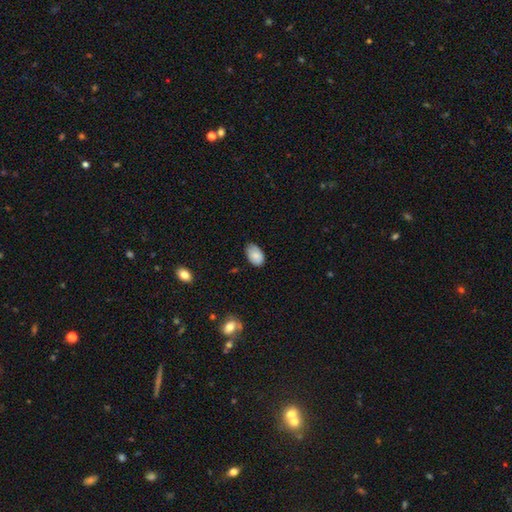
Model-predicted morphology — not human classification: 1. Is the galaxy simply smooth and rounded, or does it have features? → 80% smooth, 13% featured or disk, 7% star or artifact.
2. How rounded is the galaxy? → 92% in between, 7% round, 1% cigar-shaped.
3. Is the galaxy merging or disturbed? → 72% none, 23% minor disturbance, 3% major disturbance, 1% merger.